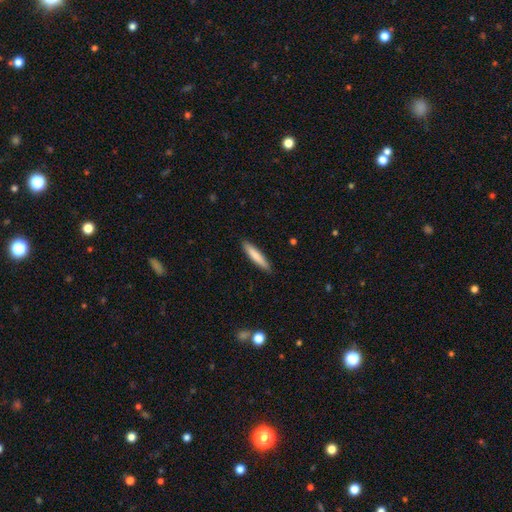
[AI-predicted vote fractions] This appears to be a smooth galaxy with no disk features (82%) that is cigar-shaped (89%). Merging: none (89%).